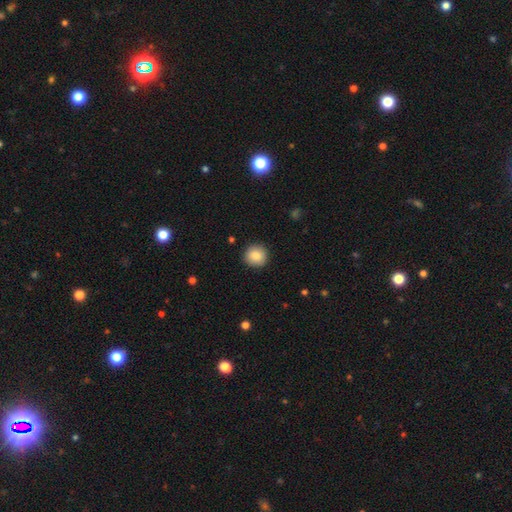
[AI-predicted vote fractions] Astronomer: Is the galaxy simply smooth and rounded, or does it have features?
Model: smooth — 86%.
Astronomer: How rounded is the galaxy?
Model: round — 93%.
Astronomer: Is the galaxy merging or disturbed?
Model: none — 91%.